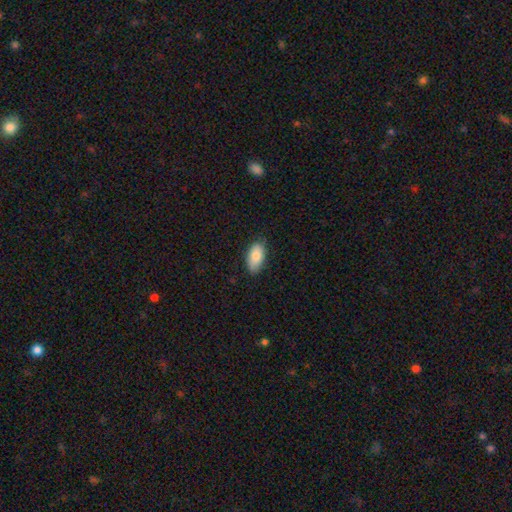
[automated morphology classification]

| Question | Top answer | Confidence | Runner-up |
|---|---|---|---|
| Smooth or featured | smooth | 82% | featured or disk (11%) |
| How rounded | in between | 92% | cigar-shaped (5%) |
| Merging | none | 81% | minor disturbance (15%) |